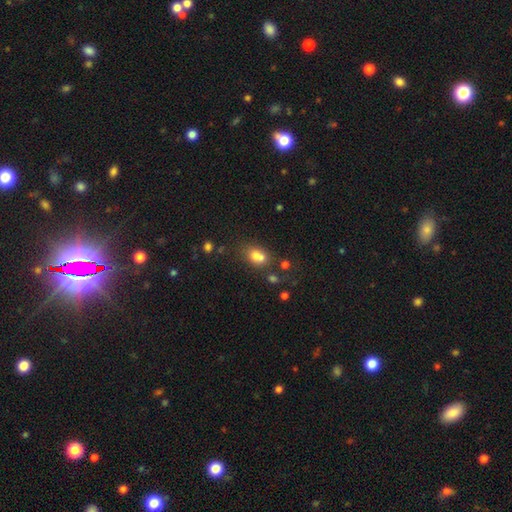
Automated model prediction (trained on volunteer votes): A smooth galaxy with no disk features (70%) that is in between round and cigar-shaped (55%).

Vote fractions:
- Smooth or featured? smooth: 70% / featured or disk: 16% / star or artifact: 14%
- How rounded? in between: 55% / round: 43% / cigar-shaped: 2%
- Merging? merger: 51% / none: 33% / minor disturbance: 11% / major disturbance: 5%